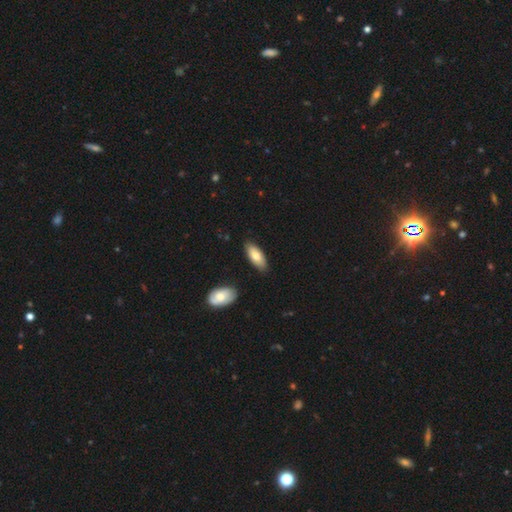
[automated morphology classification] smooth-or-featured: smooth: 76% | featured or disk: 18% | star or artifact: 6%
  how-rounded: in between: 85% | cigar-shaped: 13% | round: 2%
  merging: none: 84% | minor disturbance: 11% | merger: 3% | major disturbance: 2%